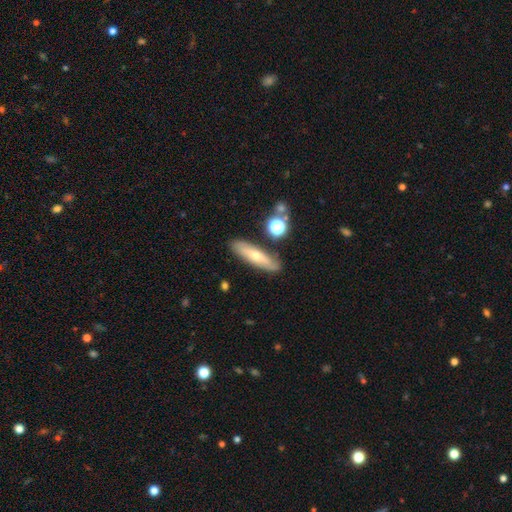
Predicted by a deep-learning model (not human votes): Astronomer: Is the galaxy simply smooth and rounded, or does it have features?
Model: smooth — 52% (runner-up: featured or disk, 40%).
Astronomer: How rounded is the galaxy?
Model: cigar-shaped — 71%.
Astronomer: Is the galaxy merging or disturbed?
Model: none — 82%.